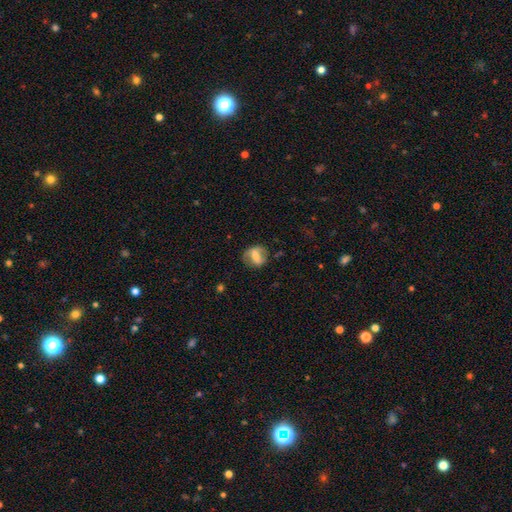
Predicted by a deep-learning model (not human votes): A smooth galaxy with no disk features (49%). Merging: none (68%).